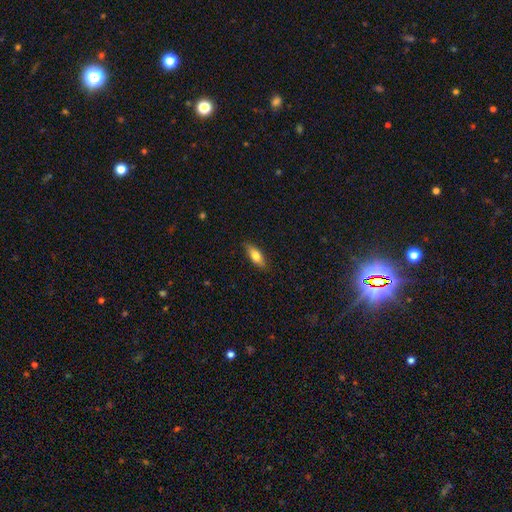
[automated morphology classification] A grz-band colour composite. It shows a smooth galaxy with no disk features (71%) that is in between round and cigar-shaped (66%). Merging: none (84%).